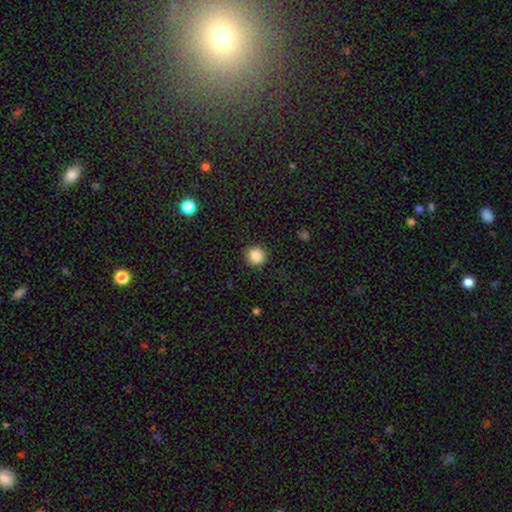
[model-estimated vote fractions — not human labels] Q: Smooth or featured?
A: smooth (87%); runner-up: star or artifact (10%)
Q: How rounded?
A: round (93%); runner-up: in between (6%)
Q: Merging?
A: none (92%); runner-up: minor disturbance (5%)